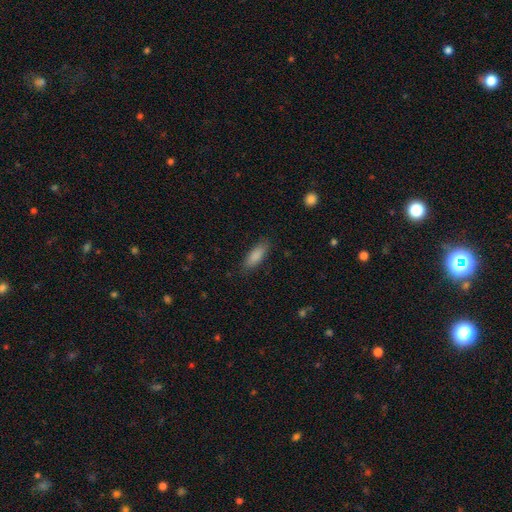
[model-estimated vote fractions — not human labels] Overall: smooth (88%). How rounded: in between (65%; cigar-shaped 33%). Merging: none (85%).